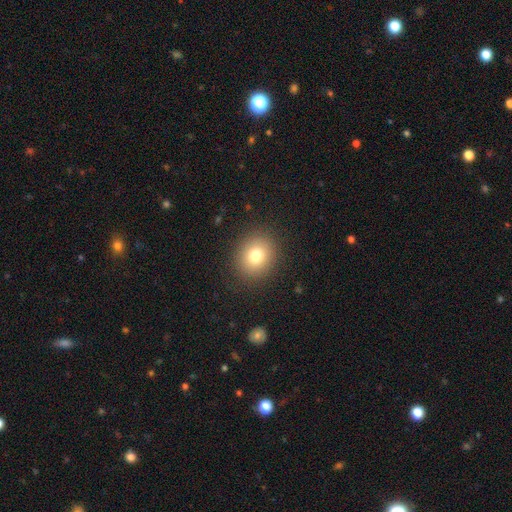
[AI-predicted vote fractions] Overall: smooth (77%). How rounded: round (72%). Merging: none (88%).